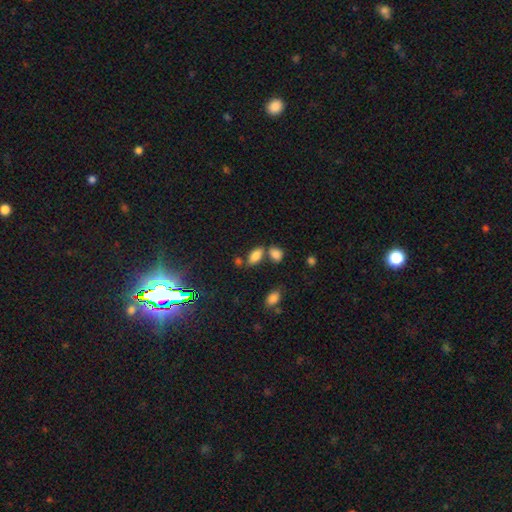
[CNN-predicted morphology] A smooth galaxy with no disk features (81%) that is in between round and cigar-shaped (90%). Merging: none (60%).